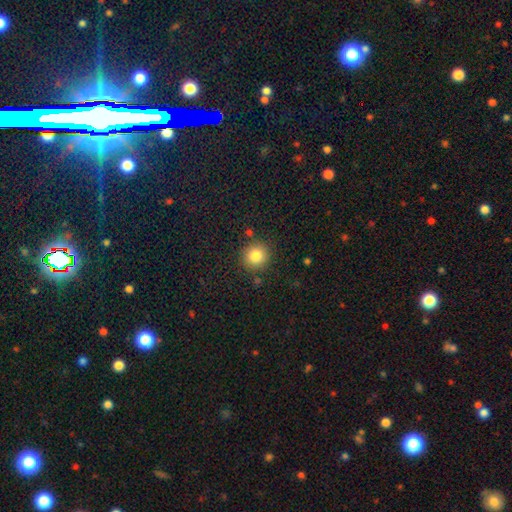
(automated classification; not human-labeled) smooth-or-featured: smooth: 83% | star or artifact: 11% | featured or disk: 6%
  how-rounded: round: 92% | in between: 7% | cigar-shaped: 1%
  merging: none: 87% | minor disturbance: 8% | merger: 3% | major disturbance: 3%